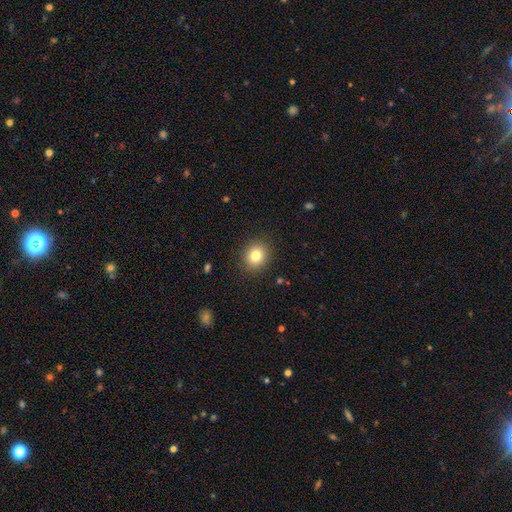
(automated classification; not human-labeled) Q: Smooth or featured?
A: smooth (81%); runner-up: star or artifact (11%)
Q: How rounded?
A: round (77%); runner-up: in between (22%)
Q: Merging?
A: none (89%); runner-up: minor disturbance (8%)